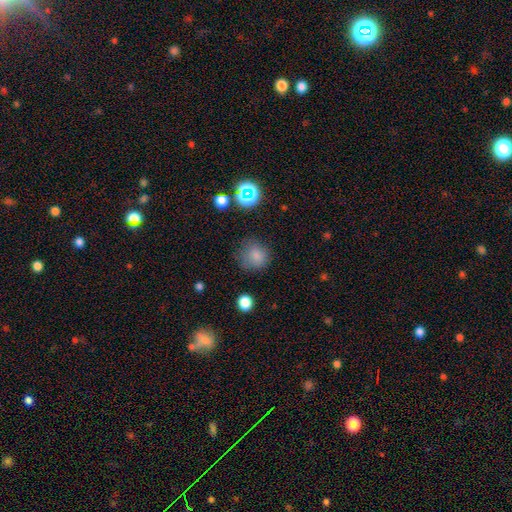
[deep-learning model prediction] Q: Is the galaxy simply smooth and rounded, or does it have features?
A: smooth — 79%.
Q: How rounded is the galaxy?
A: round — 85%.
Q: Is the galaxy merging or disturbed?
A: none — 71%.